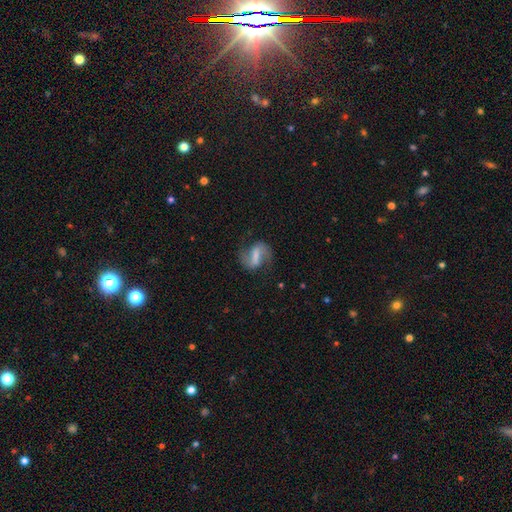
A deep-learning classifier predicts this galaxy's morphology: A featured or disk galaxy (74%) with a strong bar (55%), 2 (91%) loose (48%) spiral arms (91%) and no central bulge (34%).

Vote fractions:
- Smooth or featured? featured or disk: 74% / smooth: 18% / star or artifact: 8%
- Edge-on disk? no: 96% / yes: 4%
- Bar? strong: 55% / weak: 35% / no: 11%
- Spiral arms? yes: 91% / no: 9%
- Spiral winding? loose: 48% / medium: 42% / tight: 11%
- Spiral arm count? 2: 91% / can't tell: 4% / 1: 3% / 3: 1% / 4: 1% / more than 4: 1%
- Bulge size? none: 34% / small: 28% / moderate: 27% / large: 9% / dominant: 2%
- Merging? none: 72% / minor disturbance: 16% / major disturbance: 10% / merger: 2%